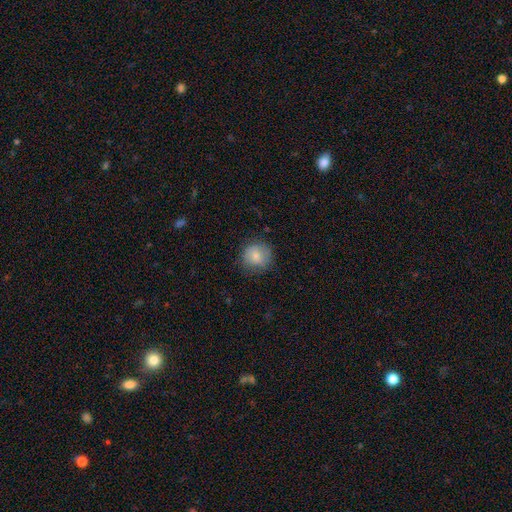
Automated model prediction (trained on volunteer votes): Q: Smooth or featured?
A: smooth (80%); runner-up: featured or disk (11%)
Q: How rounded?
A: round (89%); runner-up: in between (10%)
Q: Merging?
A: none (77%); runner-up: minor disturbance (17%)